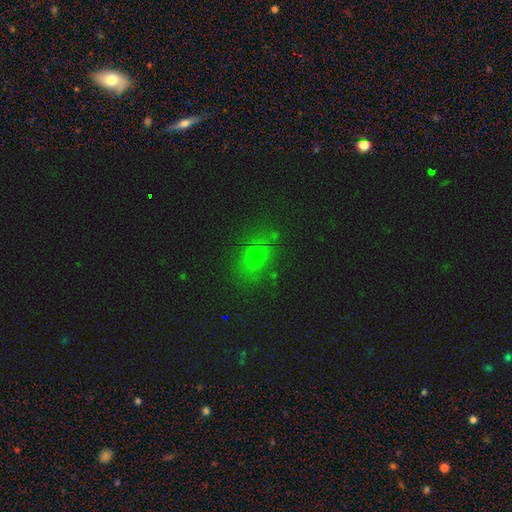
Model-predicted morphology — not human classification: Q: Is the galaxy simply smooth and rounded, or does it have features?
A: smooth — 62%.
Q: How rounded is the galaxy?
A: in between — 50%.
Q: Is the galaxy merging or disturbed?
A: none — 71%.